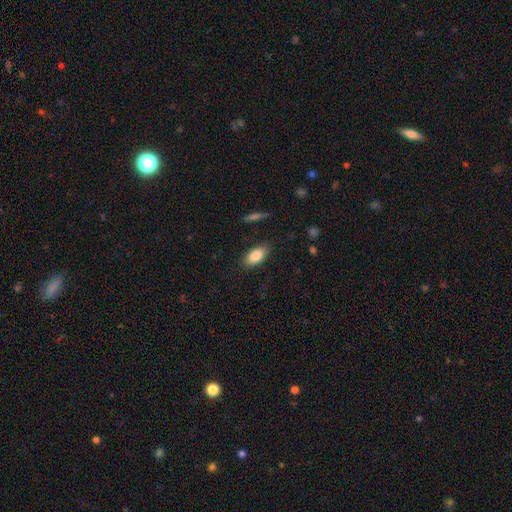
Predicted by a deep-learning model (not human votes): Smooth or featured: smooth — 84% (featured or disk — 9%)
How rounded: in between — 88% (cigar-shaped — 9%)
Merging: none — 85% (minor disturbance — 11%)